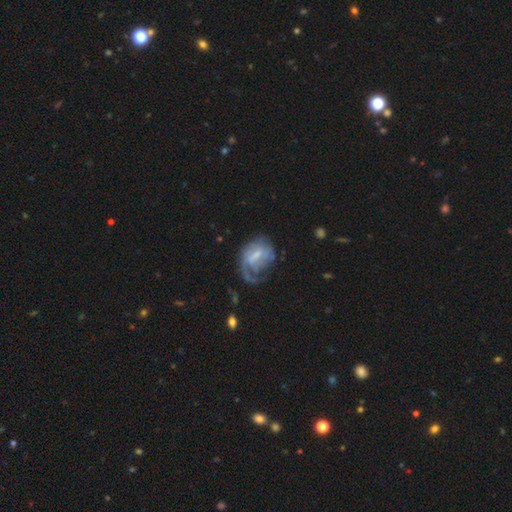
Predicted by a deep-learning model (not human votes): Q: Smooth or featured?
A: featured or disk (70%); runner-up: smooth (23%)
Q: Edge-on disk?
A: no (97%); runner-up: yes (3%)
Q: Bar?
A: weak (55%); runner-up: no (26%)
Q: Spiral arms?
A: yes (77%); runner-up: no (23%)
Q: Spiral winding?
A: medium (36%); runner-up: loose (35%)
Q: Spiral arm count?
A: 1 (50%); runner-up: can't tell (22%)
Q: Bulge size?
A: small (41%); runner-up: moderate (32%)
Q: Merging?
A: major disturbance (43%); runner-up: none (32%)